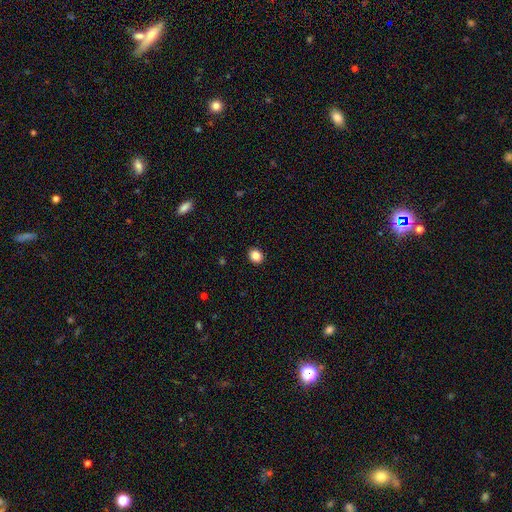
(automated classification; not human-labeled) A smooth galaxy with no disk features (85%) that is round (65%).

Vote fractions:
- Smooth or featured? smooth: 85% / star or artifact: 10% / featured or disk: 5%
- How rounded? round: 65% / in between: 34% / cigar-shaped: 1%
- Merging? none: 92% / minor disturbance: 6% / major disturbance: 2% / merger: 1%